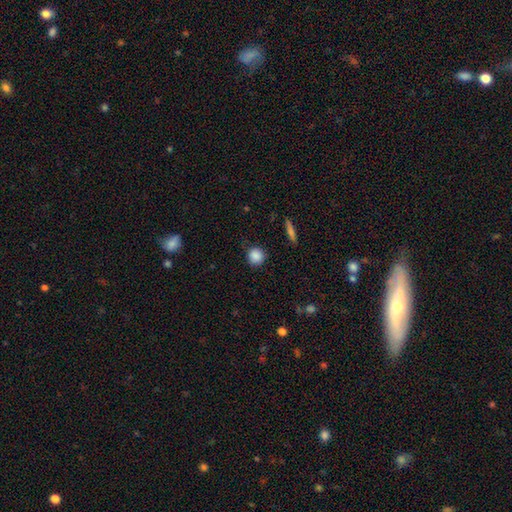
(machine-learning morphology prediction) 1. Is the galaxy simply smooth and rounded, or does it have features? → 87% smooth, 9% star or artifact, 4% featured or disk.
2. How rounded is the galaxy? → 90% round, 9% in between, 1% cigar-shaped.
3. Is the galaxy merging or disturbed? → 84% none, 12% minor disturbance, 3% major disturbance, 1% merger.